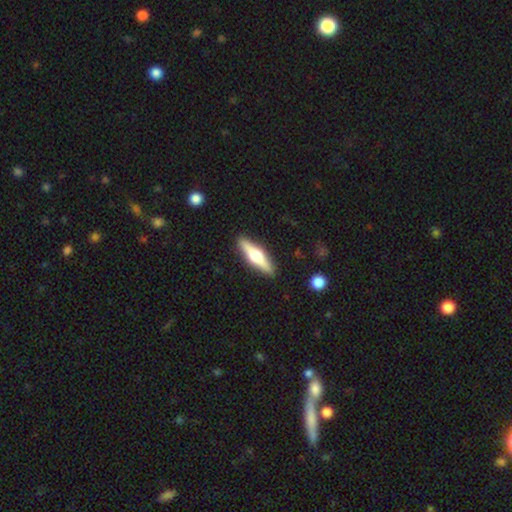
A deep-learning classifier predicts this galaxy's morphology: Smooth or featured? Predicted: featured or disk (p=0.58). Edge-on disk? Predicted: yes (p=0.95). Edge-on bulge? Predicted: rounded (p=0.94). Merging? Predicted: none (p=0.90).